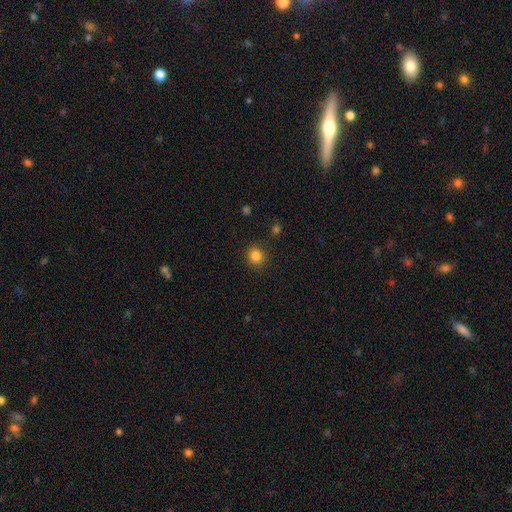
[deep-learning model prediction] Smooth or featured: smooth — 84% (star or artifact — 12%)
How rounded: round — 89% (in between — 10%)
Merging: none — 88% (minor disturbance — 7%)